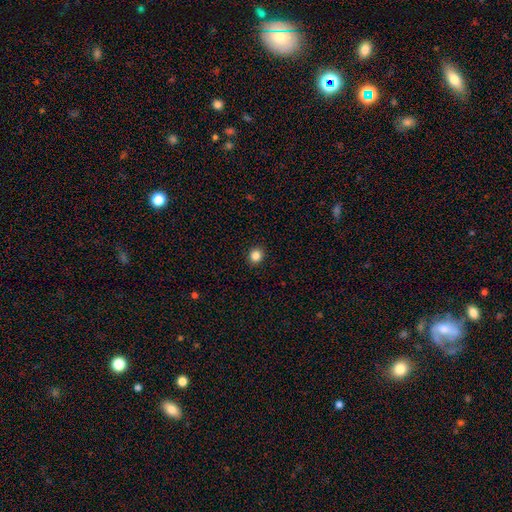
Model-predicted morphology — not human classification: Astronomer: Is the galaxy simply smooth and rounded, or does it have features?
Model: smooth — 85%.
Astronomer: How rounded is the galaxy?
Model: round — 83%.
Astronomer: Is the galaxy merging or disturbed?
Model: none — 92%.